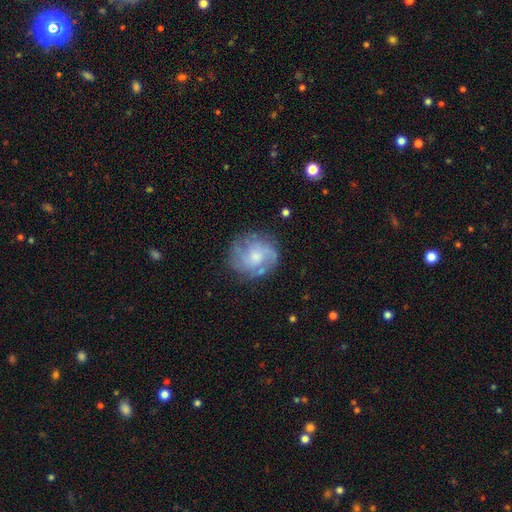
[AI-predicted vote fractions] Smooth or featured: featured or disk — 72% (smooth — 21%)
Edge-on disk: no — 98% (yes — 2%)
Bar: no — 70% (weak — 27%)
Spiral arms: yes — 89% (no — 11%)
Spiral winding: medium — 42% (tight — 41%)
Spiral arm count: 2 — 37% (can't tell — 28%)
Bulge size: moderate — 43% (tied with small — 43%)
Merging: none — 73% (minor disturbance — 17%)